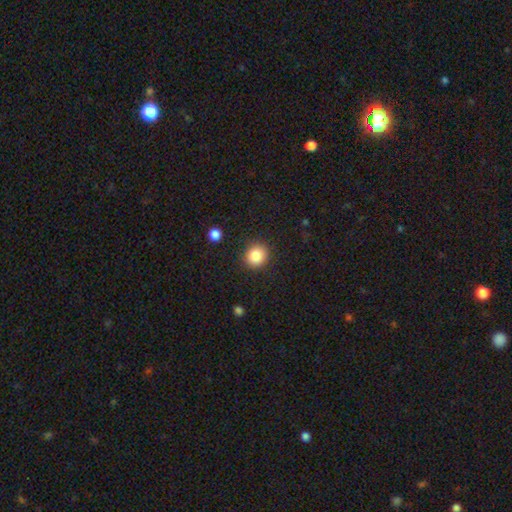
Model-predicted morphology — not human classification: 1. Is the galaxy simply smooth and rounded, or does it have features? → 85% smooth, 10% star or artifact, 5% featured or disk.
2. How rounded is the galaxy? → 84% round, 15% in between, 1% cigar-shaped.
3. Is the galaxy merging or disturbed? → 89% none, 7% minor disturbance, 2% major disturbance, 1% merger.